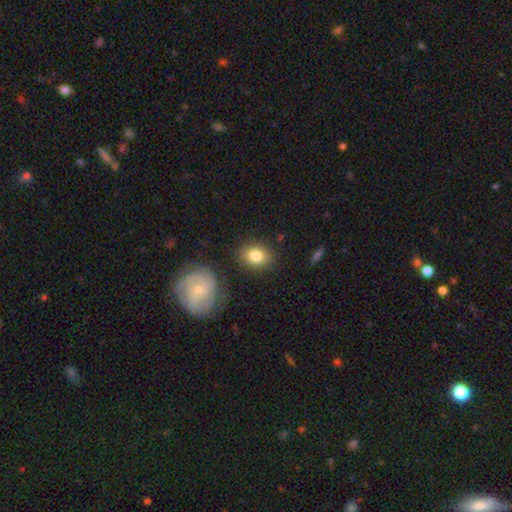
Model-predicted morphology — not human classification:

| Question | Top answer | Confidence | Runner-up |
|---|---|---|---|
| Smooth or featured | smooth | 82% | featured or disk (10%) |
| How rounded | in between | 54% | round (45%) |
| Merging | none | 84% | minor disturbance (10%) |